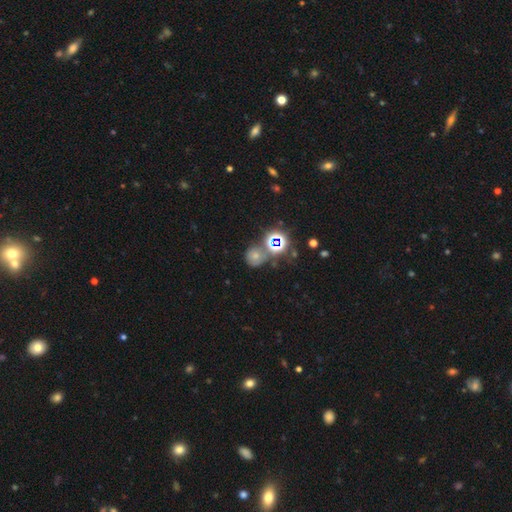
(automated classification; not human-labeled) The model was most divided on "smooth or featured": smooth: 53%, star or artifact: 32%, featured or disk: 15%. More confident: how rounded — round (82%); merging — none (60%).